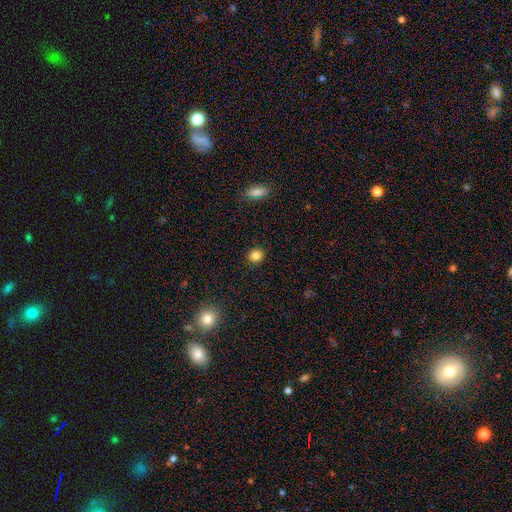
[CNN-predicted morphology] Q: Smooth or featured?
A: smooth (84%); runner-up: star or artifact (12%)
Q: How rounded?
A: round (87%); runner-up: in between (12%)
Q: Merging?
A: none (91%); runner-up: minor disturbance (6%)